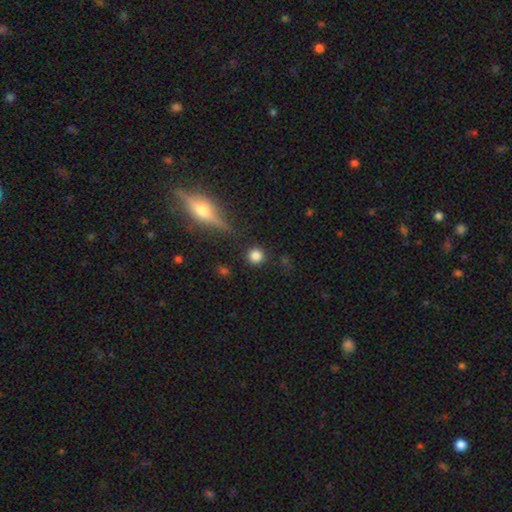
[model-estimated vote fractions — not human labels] Smooth or featured? Predicted: smooth (p=0.82). How rounded? Predicted: round (p=0.93). Merging? Predicted: none (p=0.87).